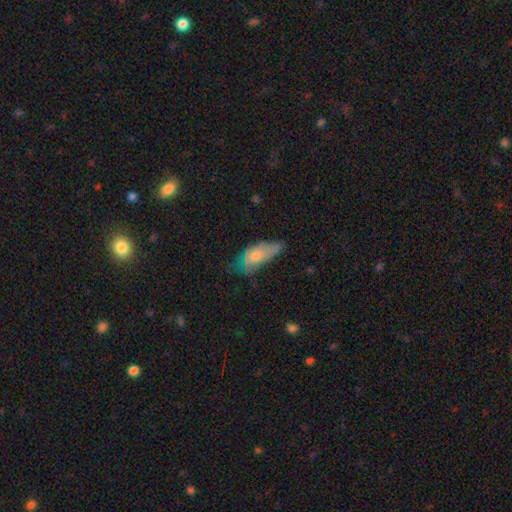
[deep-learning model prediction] A smooth galaxy with no disk features (64%) that is in between round and cigar-shaped (80%). Merging: minor disturbance (38%).